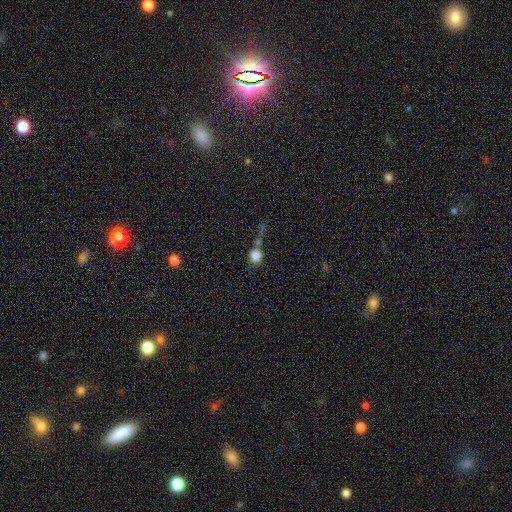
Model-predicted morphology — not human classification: This appears to be a smooth galaxy with no disk features (79%) that is round (79%). Merging: none (43%).